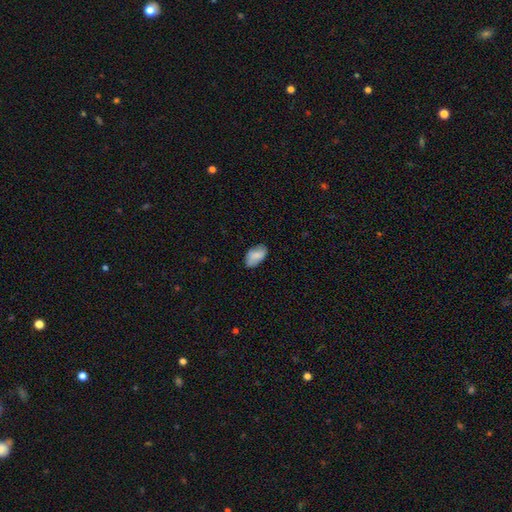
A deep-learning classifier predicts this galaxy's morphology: Smooth or featured: smooth — 77% (featured or disk — 15%)
How rounded: in between — 92% (round — 6%)
Merging: none — 71% (minor disturbance — 23%)